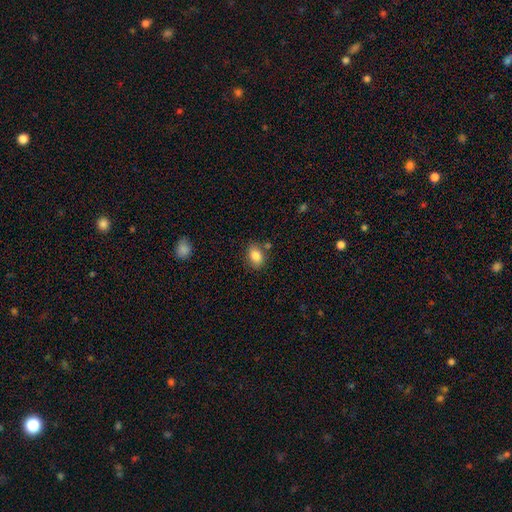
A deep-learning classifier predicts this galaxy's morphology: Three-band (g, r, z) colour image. It shows a smooth galaxy with no disk features (84%) that is in between round and cigar-shaped (73%). Merging: none (74%).